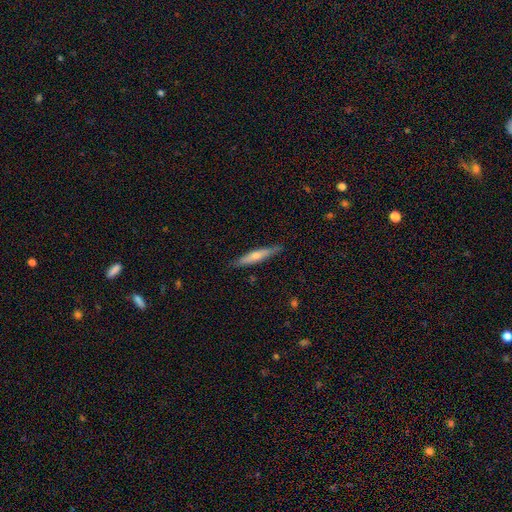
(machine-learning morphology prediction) Q: Smooth or featured?
A: featured or disk (57%); runner-up: smooth (35%)
Q: Edge-on disk?
A: yes (94%); runner-up: no (6%)
Q: Edge-on bulge?
A: rounded (77%); runner-up: none (17%)
Q: Merging?
A: none (89%); runner-up: minor disturbance (9%)